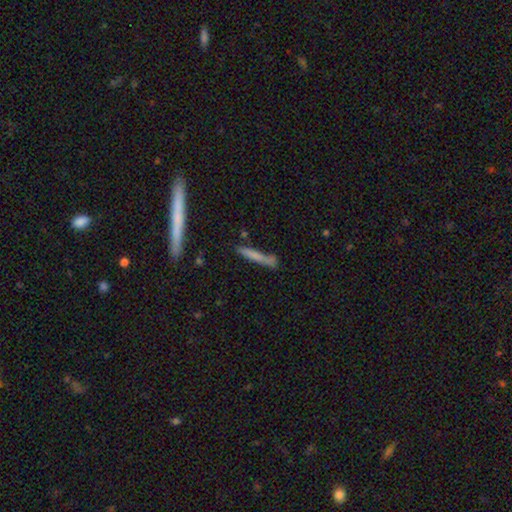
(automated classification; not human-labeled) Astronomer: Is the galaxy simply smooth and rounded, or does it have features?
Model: smooth — 64%.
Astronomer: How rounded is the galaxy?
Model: cigar-shaped — 94%.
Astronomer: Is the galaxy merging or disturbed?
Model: none — 73%.